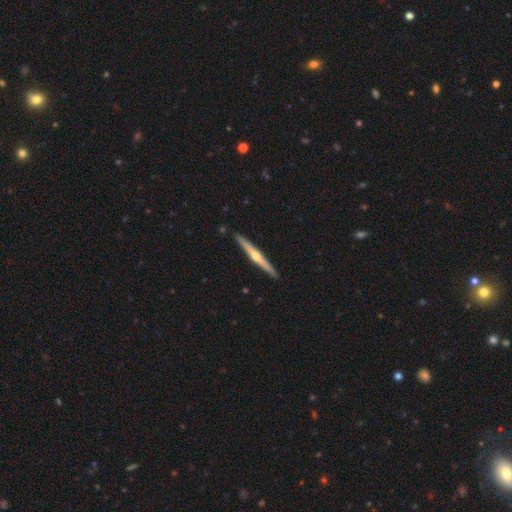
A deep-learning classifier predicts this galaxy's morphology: featured or disk 72%, smooth 23%, star or artifact 5%. Down the decision tree: edge-on disk — yes (98%); edge-on bulge — rounded (88%); merging — none (92%).